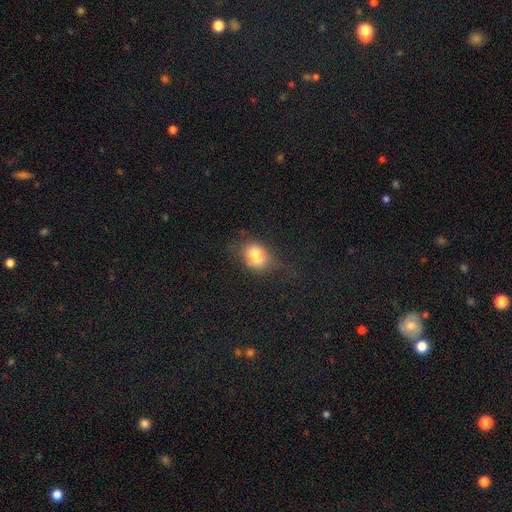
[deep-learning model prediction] A smooth galaxy with no disk features (79%) that is in between round and cigar-shaped (58%). Merging: none (61%).